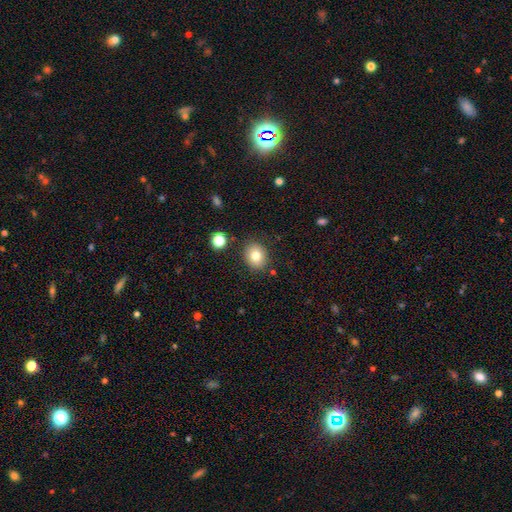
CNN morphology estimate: The model was most divided on "how rounded": round: 61%, in between: 38%, cigar-shaped: 1%. More confident: merging — none (86%); smooth or featured — smooth (79%).